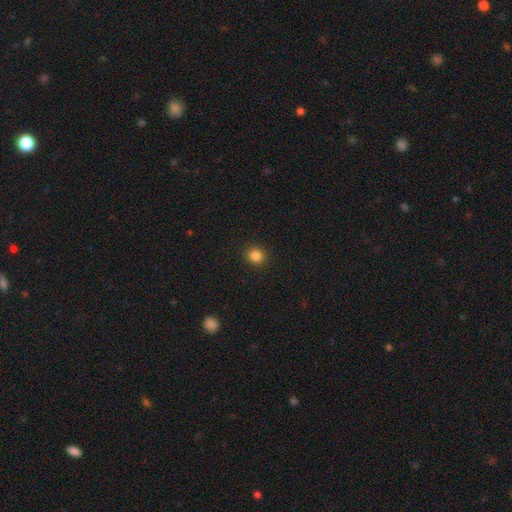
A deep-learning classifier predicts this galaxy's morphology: smooth_or_featured: smooth (p=0.84) [alt: star or artifact p=0.12]
how_rounded: round (p=0.89) [alt: in between p=0.10]
merging: none (p=0.92) [alt: minor disturbance p=0.05]